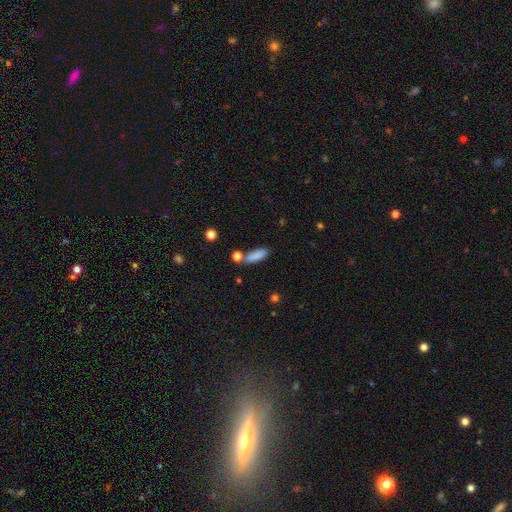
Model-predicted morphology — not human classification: type=smooth (85%); roundness=in between (56%); merging=none (71%).